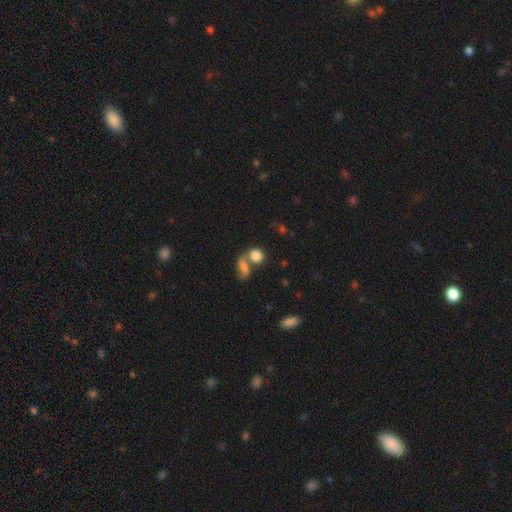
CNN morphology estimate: smooth 76%, featured or disk 13%, star or artifact 10%. Down the decision tree: how rounded — round (64%); merging — merger (47%).